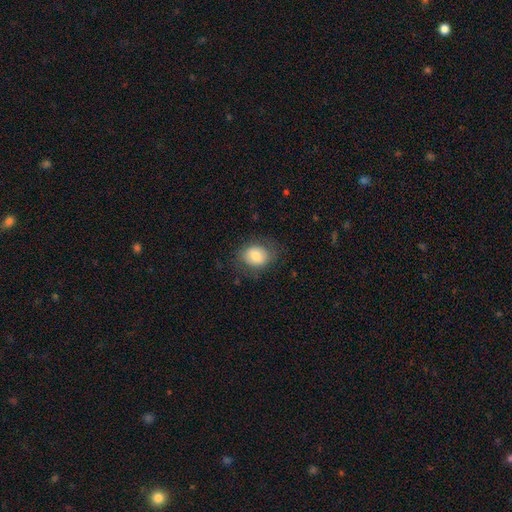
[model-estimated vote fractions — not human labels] Smooth or featured: smooth — 79% (featured or disk — 13%)
How rounded: round — 51% (in between — 48%)
Merging: none — 76% (minor disturbance — 16%)